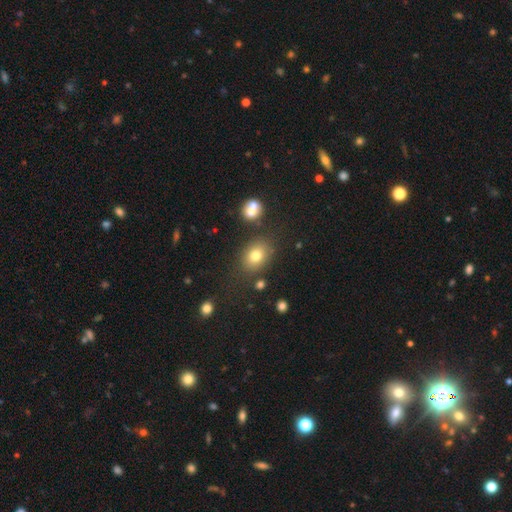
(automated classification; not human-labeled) Q: Smooth or featured?
A: smooth (78%); runner-up: star or artifact (12%)
Q: How rounded?
A: in between (61%); runner-up: round (38%)
Q: Merging?
A: none (79%); runner-up: minor disturbance (11%)